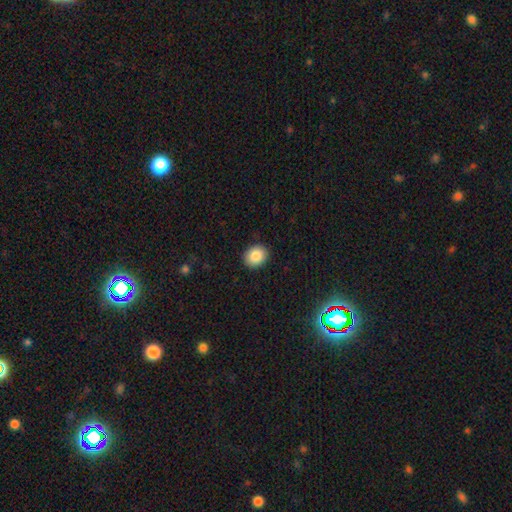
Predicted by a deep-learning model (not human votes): Morphology: type=smooth (86%); roundness=round (61%); merging=none (91%).